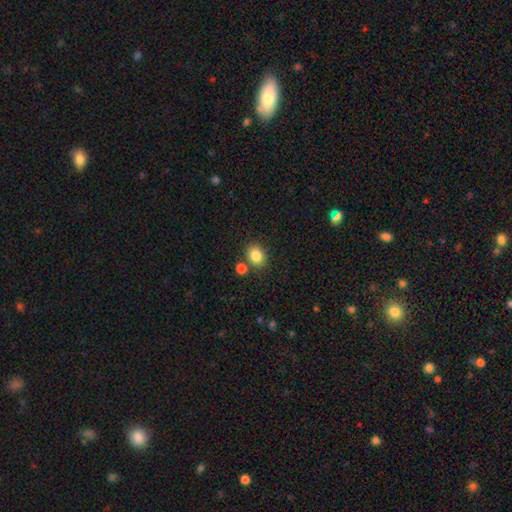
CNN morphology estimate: Q: Smooth or featured?
A: smooth (84%); runner-up: star or artifact (10%)
Q: How rounded?
A: round (55%); runner-up: in between (44%)
Q: Merging?
A: none (77%); runner-up: merger (11%)